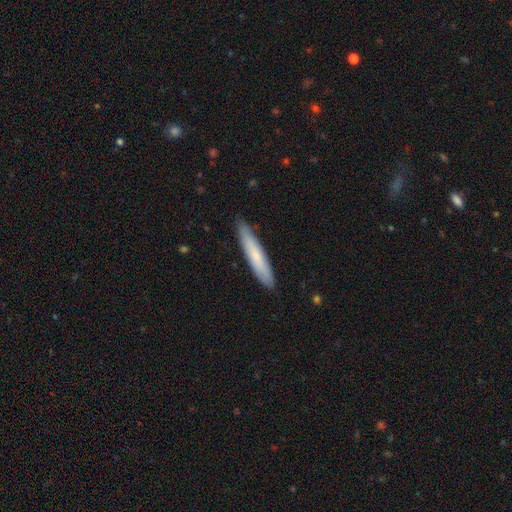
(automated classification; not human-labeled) Smooth or featured? smooth (71%)
How rounded? cigar-shaped (91%)
Merging? none (88%)